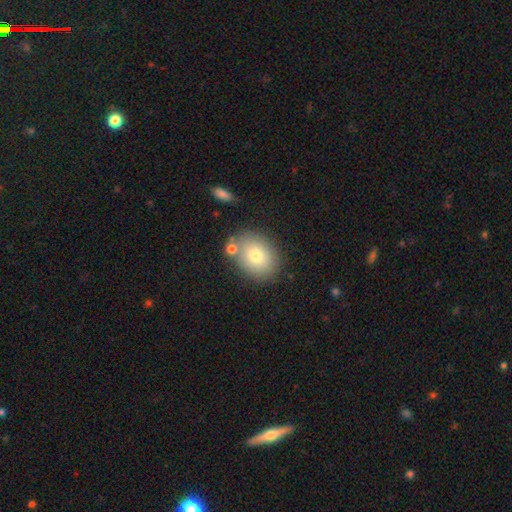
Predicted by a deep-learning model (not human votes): This appears to be a smooth galaxy with no disk features (76%) that is in between round and cigar-shaped (58%). Merging: none (76%).